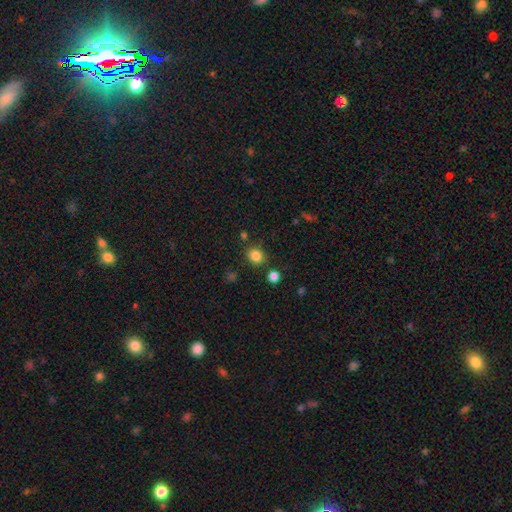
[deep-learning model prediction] Smooth or featured? smooth (83%)
How rounded? round (63%)
Merging? none (81%)